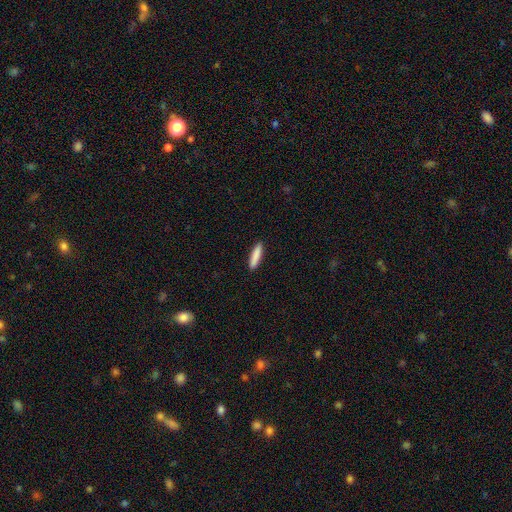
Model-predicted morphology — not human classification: A smooth galaxy with no disk features (87%) that is cigar-shaped (82%).

Vote fractions:
- Smooth or featured? smooth: 87% / featured or disk: 7% / star or artifact: 5%
- How rounded? cigar-shaped: 82% / in between: 17% / round: 1%
- Merging? none: 91% / minor disturbance: 6% / major disturbance: 1% / merger: 1%